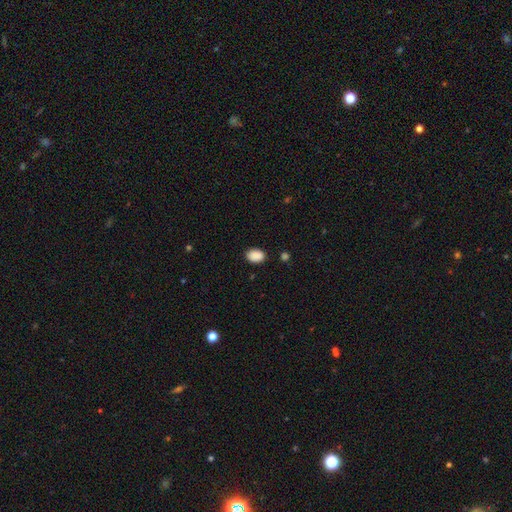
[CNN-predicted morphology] smooth-or-featured: smooth: 89% | star or artifact: 8% | featured or disk: 3%
  how-rounded: in between: 82% | round: 17% | cigar-shaped: 1%
  merging: none: 84% | minor disturbance: 11% | major disturbance: 3% | merger: 2%